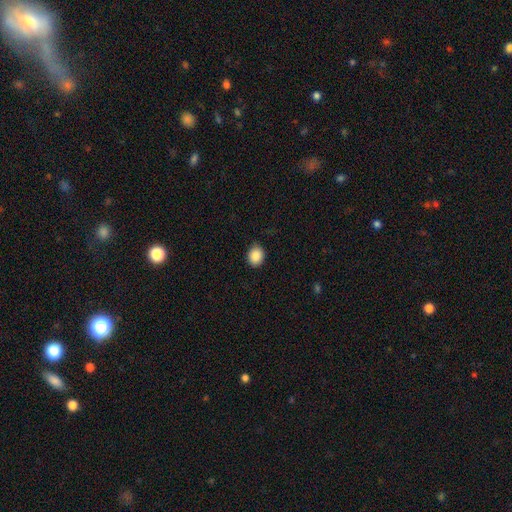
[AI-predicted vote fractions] The model was most divided on "how rounded": round: 57%, in between: 43%, cigar-shaped: 1%. More confident: smooth or featured — smooth (88%); merging — none (86%).